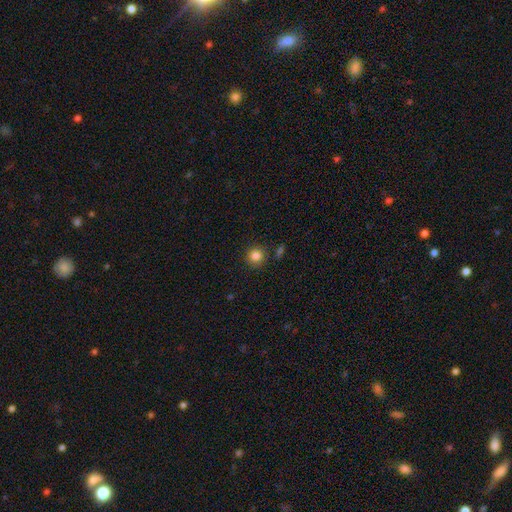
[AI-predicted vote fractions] Smooth or featured? smooth (84%)
How rounded? round (92%)
Merging? none (86%)